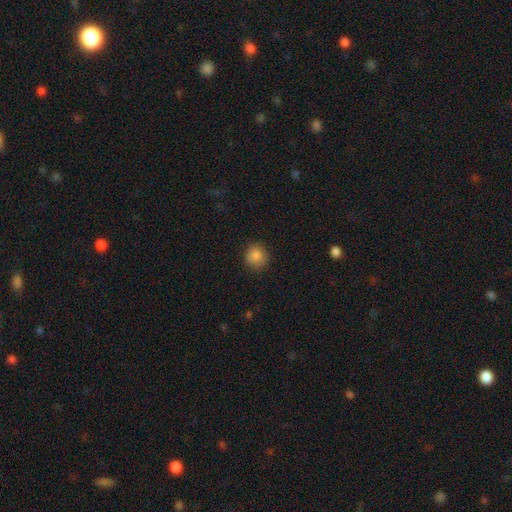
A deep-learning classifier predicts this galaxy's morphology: Smooth or featured?
  - smooth: 86% *
  - star or artifact: 10%
  - featured or disk: 4%
How rounded?
  - round: 90% *
  - in between: 9%
  - cigar-shaped: 1%
Merging?
  - none: 85% *
  - minor disturbance: 11%
  - major disturbance: 3%
  - merger: 1%